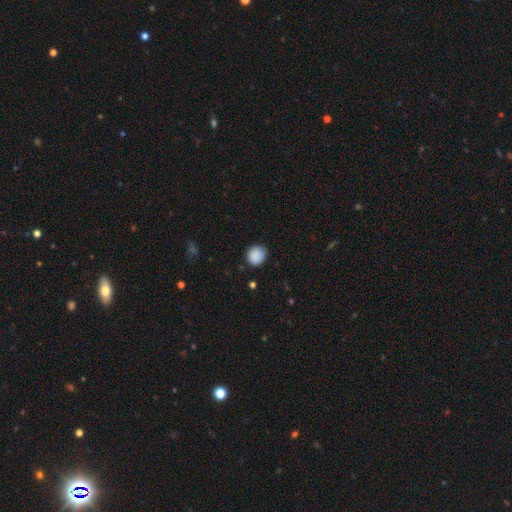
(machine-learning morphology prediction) Q: Smooth or featured?
A: smooth (88%); runner-up: star or artifact (8%)
Q: How rounded?
A: round (79%); runner-up: in between (20%)
Q: Merging?
A: none (77%); runner-up: minor disturbance (19%)